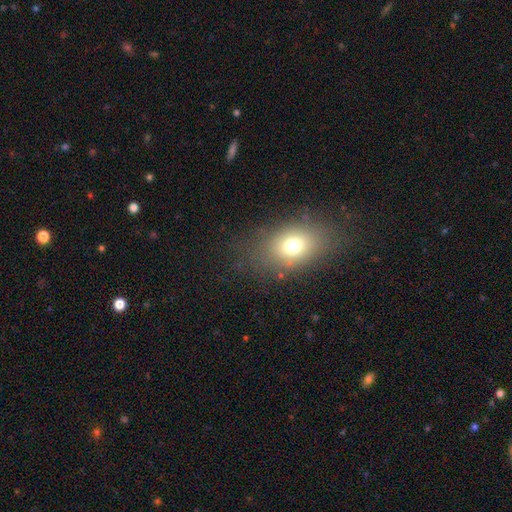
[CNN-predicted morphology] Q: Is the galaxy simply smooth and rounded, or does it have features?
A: smooth — 68%.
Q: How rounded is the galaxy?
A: in between — 77%.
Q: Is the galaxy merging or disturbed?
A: none — 85%.